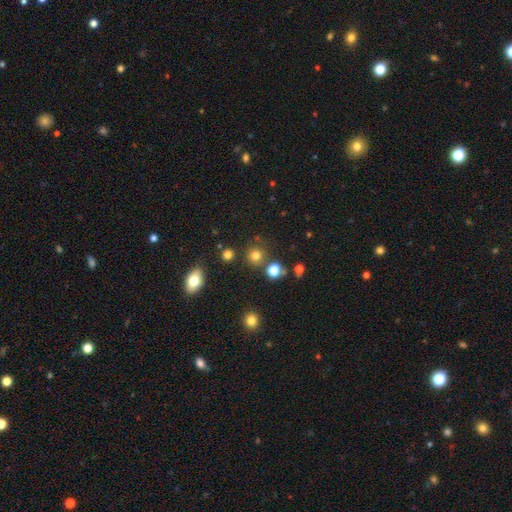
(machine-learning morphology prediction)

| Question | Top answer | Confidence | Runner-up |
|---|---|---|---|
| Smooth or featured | smooth | 76% | star or artifact (18%) |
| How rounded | round | 92% | in between (7%) |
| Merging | none | 82% | minor disturbance (8%) |